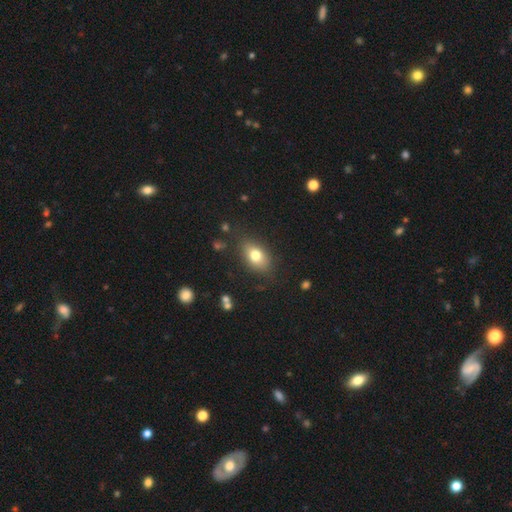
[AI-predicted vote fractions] smooth-or-featured: smooth: 76% | featured or disk: 15% | star or artifact: 9%
  how-rounded: in between: 82% | round: 15% | cigar-shaped: 3%
  merging: none: 79% | minor disturbance: 15% | major disturbance: 4% | merger: 2%